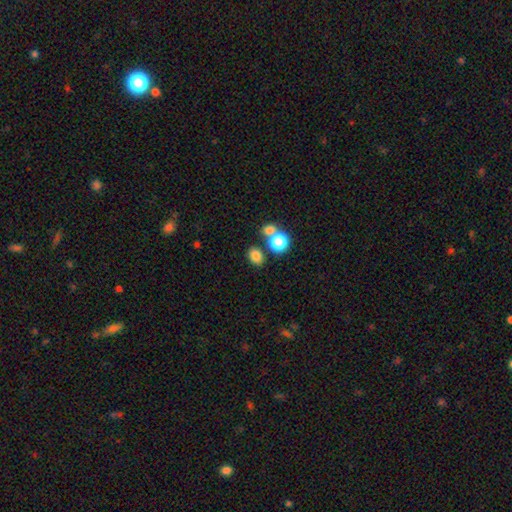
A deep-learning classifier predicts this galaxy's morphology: Smooth or featured?
  - smooth: 80% *
  - star or artifact: 13%
  - featured or disk: 7%
How rounded?
  - in between: 59% *
  - round: 40%
  - cigar-shaped: 1%
Merging?
  - none: 66% *
  - merger: 21%
  - minor disturbance: 10%
  - major disturbance: 4%